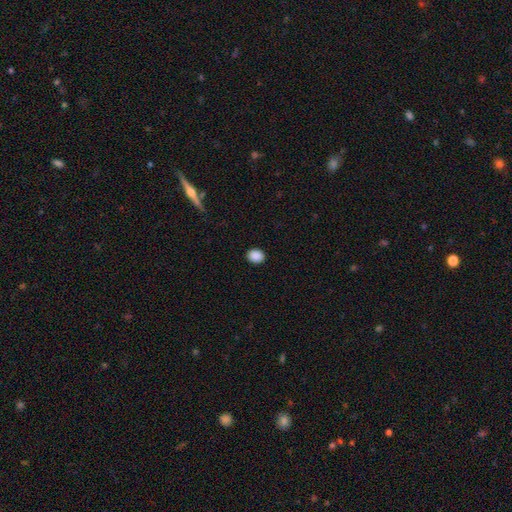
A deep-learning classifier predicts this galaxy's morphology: Q: Smooth or featured?
A: smooth (89%); runner-up: star or artifact (9%)
Q: How rounded?
A: round (60%); runner-up: in between (39%)
Q: Merging?
A: none (91%); runner-up: minor disturbance (6%)